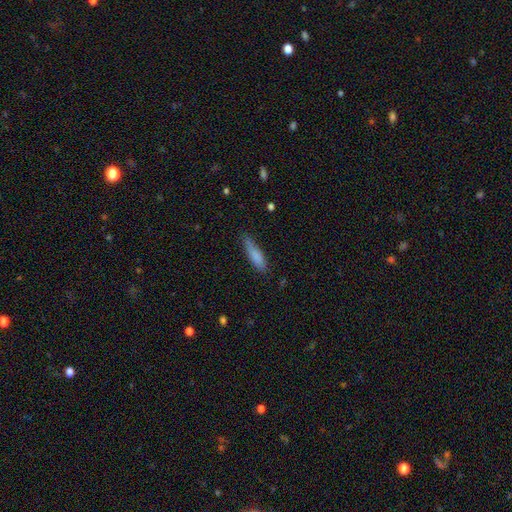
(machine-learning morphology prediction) A smooth galaxy with no disk features (81%) that is cigar-shaped (66%). Merging: none (64%).